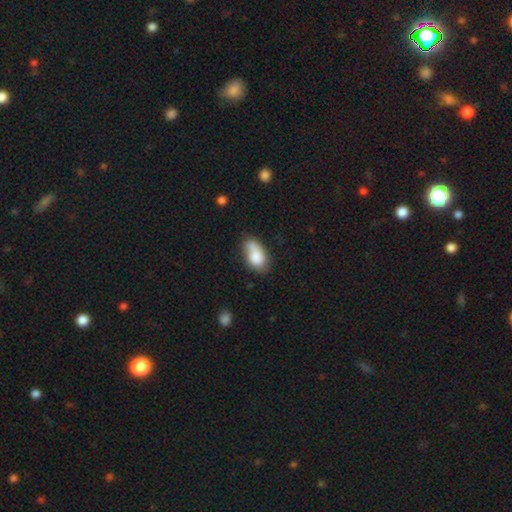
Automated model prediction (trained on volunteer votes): smooth 80%, featured or disk 13%, star or artifact 7%. Down the decision tree: how rounded — in between (92%); merging — none (52%).